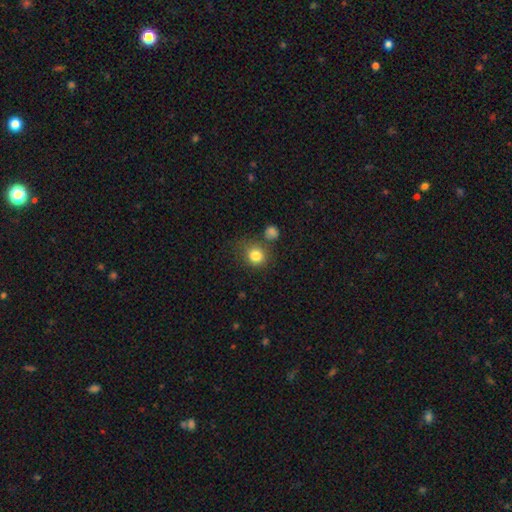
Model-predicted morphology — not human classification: Smooth or featured?
  - smooth: 83% *
  - star or artifact: 11%
  - featured or disk: 6%
How rounded?
  - round: 78% *
  - in between: 21%
  - cigar-shaped: 1%
Merging?
  - none: 68% *
  - minor disturbance: 16%
  - merger: 10%
  - major disturbance: 6%